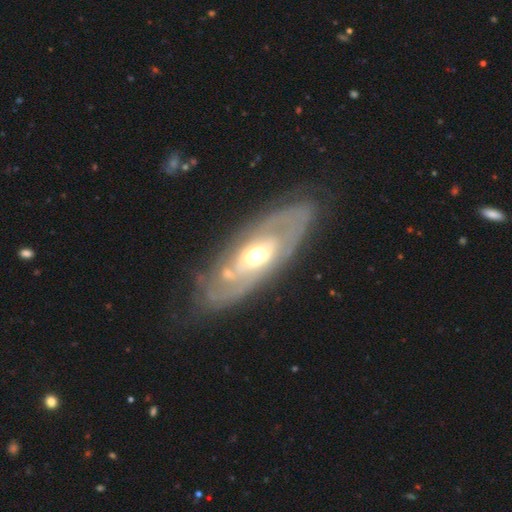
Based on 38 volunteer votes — smooth_or_featured: featured or disk (p=0.84) [alt: smooth p=0.16]
disk_edge_on: no (p=0.88) [alt: yes p=0.12]
bar: no (p=0.75) [alt: weak p=0.21]
has_spiral_arms: yes (p=0.61) [alt: no p=0.39]
spiral_winding: tight (p=0.82) [alt: medium p=0.12]
spiral_arm_count: can't tell (p=0.53) [alt: 2 p=0.47]
bulge_size: moderate (p=0.68) [alt: small p=0.25]
merging: none (p=0.76) [alt: minor disturbance p=0.11]